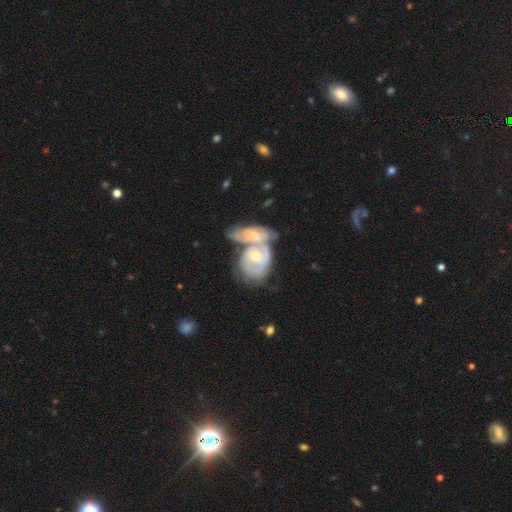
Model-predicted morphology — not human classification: Smooth or featured?
  - featured or disk: 76% *
  - smooth: 19%
  - star or artifact: 5%
Edge-on disk?
  - no: 95% *
  - yes: 5%
Bar?
  - no: 68% *
  - weak: 26%
  - strong: 6%
Spiral arms?
  - yes: 82% *
  - no: 18%
Spiral winding?
  - tight: 62% *
  - medium: 29%
  - loose: 9%
Spiral arm count?
  - can't tell: 40% *
  - 2: 39%
  - 3: 10%
  - 1: 6%
  - 4: 3%
  - more than 4: 3%
Bulge size?
  - moderate: 60% *
  - small: 35%
  - large: 3%
  - none: 1%
  - dominant: 1%
Merging?
  - merger: 67% *
  - none: 16%
  - minor disturbance: 9%
  - major disturbance: 7%